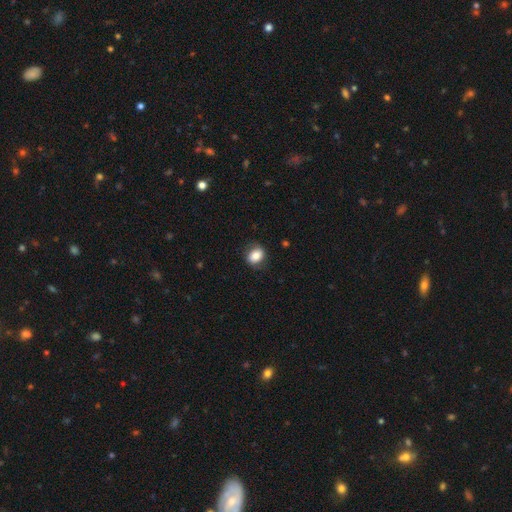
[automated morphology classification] Smooth or featured?
  - smooth: 75% *
  - featured or disk: 17%
  - star or artifact: 8%
How rounded?
  - in between: 50% *
  - round: 49%
  - cigar-shaped: 1%
Merging?
  - none: 77% *
  - minor disturbance: 16%
  - major disturbance: 6%
  - merger: 1%